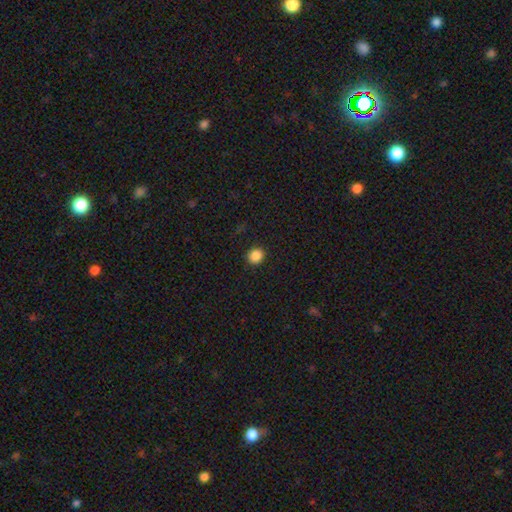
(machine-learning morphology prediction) This appears to be a smooth galaxy with no disk features (87%) that is round (81%). Merging: none (91%).